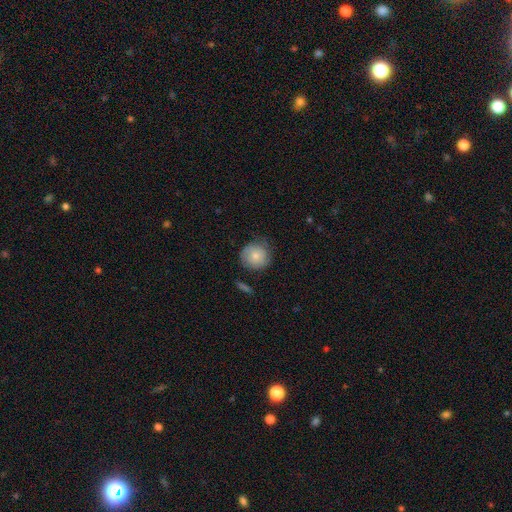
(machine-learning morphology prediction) Overall: smooth (73%). How rounded: round (91%). Merging: none (69%).